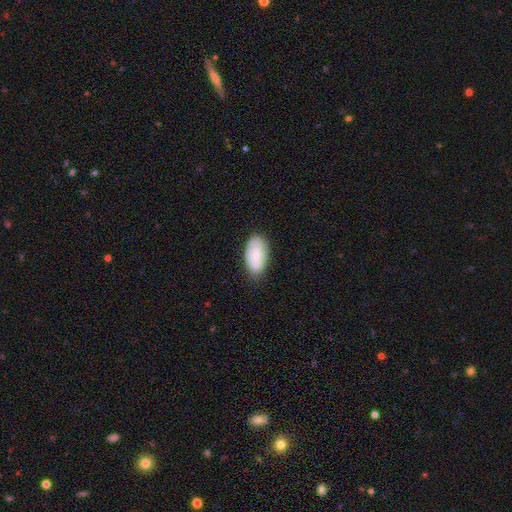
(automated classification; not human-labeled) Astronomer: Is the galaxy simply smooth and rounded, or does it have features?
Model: smooth — 66%.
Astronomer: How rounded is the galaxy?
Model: in between — 94%.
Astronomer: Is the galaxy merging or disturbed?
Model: none — 73%.